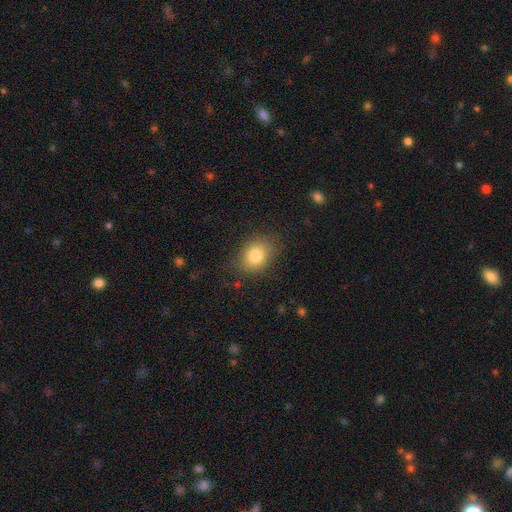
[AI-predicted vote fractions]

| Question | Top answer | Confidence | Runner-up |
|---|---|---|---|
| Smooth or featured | smooth | 81% | star or artifact (9%) |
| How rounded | in between | 55% | round (43%) |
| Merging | none | 75% | minor disturbance (18%) |